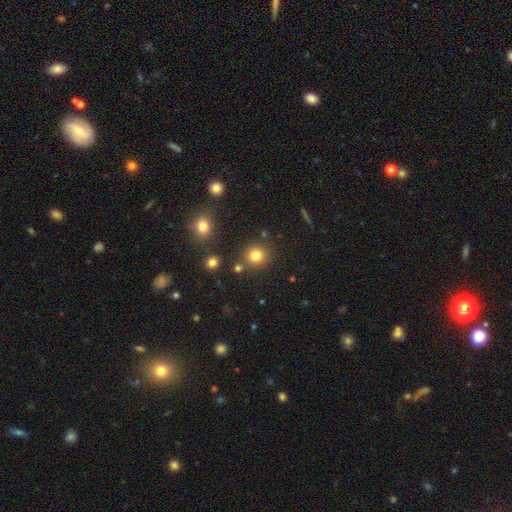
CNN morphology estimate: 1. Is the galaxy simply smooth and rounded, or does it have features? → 80% smooth, 13% star or artifact, 6% featured or disk.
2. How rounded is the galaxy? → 90% round, 9% in between, 1% cigar-shaped.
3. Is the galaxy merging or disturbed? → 81% none, 8% merger, 8% minor disturbance, 3% major disturbance.